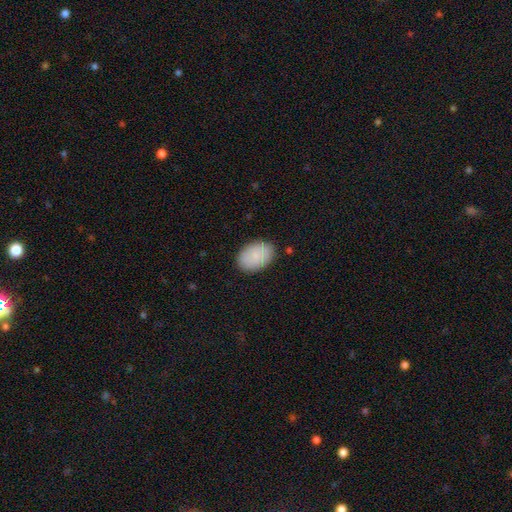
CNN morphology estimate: type=smooth (86%); roundness=in between (87%); merging=none (86%).